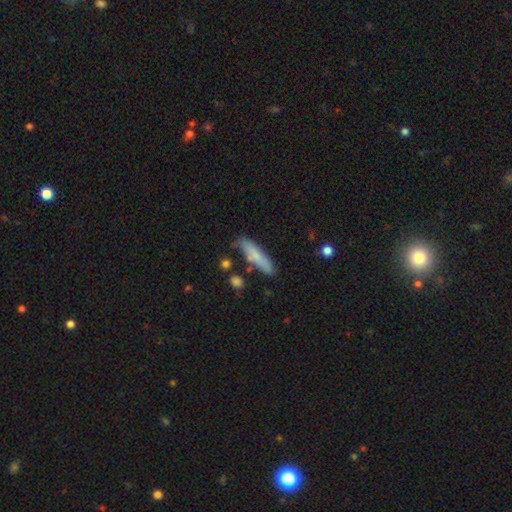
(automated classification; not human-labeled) smooth 74%, featured or disk 20%, star or artifact 6%. Down the decision tree: how rounded — cigar-shaped (75%); merging — none (74%).